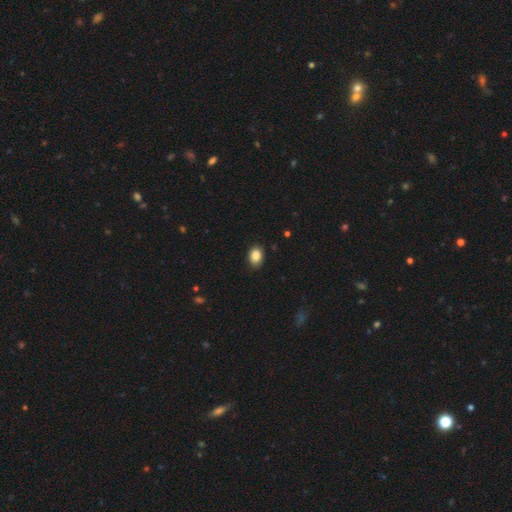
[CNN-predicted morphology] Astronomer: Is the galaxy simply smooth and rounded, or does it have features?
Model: smooth — 88%.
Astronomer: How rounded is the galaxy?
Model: in between — 75%.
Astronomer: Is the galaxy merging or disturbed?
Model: none — 85%.